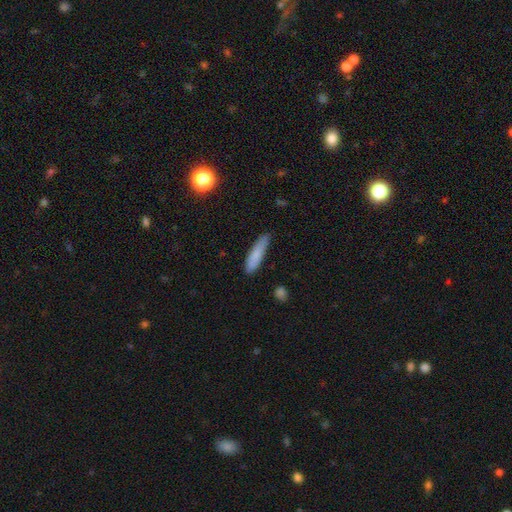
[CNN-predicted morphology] Smooth or featured? smooth (81%)
How rounded? cigar-shaped (79%)
Merging? none (78%)